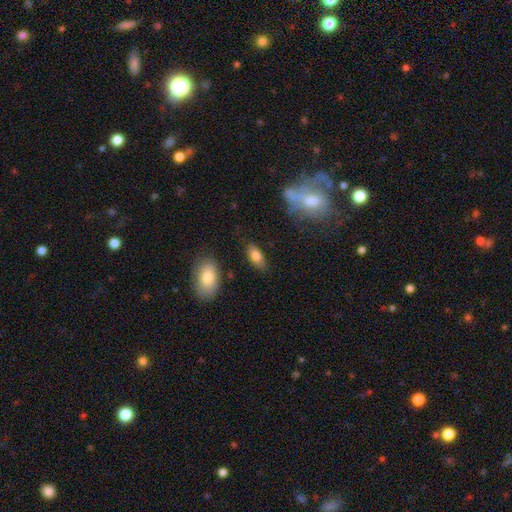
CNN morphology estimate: The model was most divided on "smooth or featured": smooth: 79%, featured or disk: 13%, star or artifact: 8%. More confident: how rounded — in between (88%); merging — none (82%).